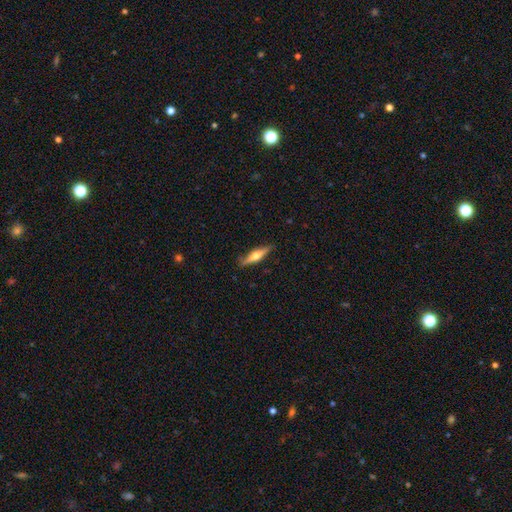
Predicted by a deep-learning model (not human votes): Smooth or featured? Predicted: featured or disk (p=0.57). Edge-on disk? Predicted: yes (p=0.96). Edge-on bulge? Predicted: rounded (p=0.91). Merging? Predicted: none (p=0.88).